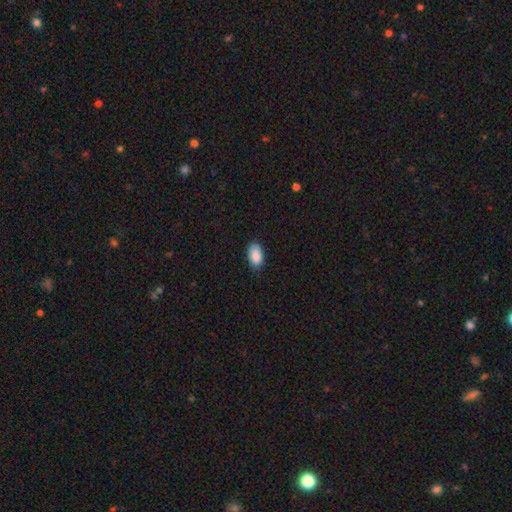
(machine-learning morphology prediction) Smooth or featured? smooth (89%)
How rounded? in between (94%)
Merging? none (79%)